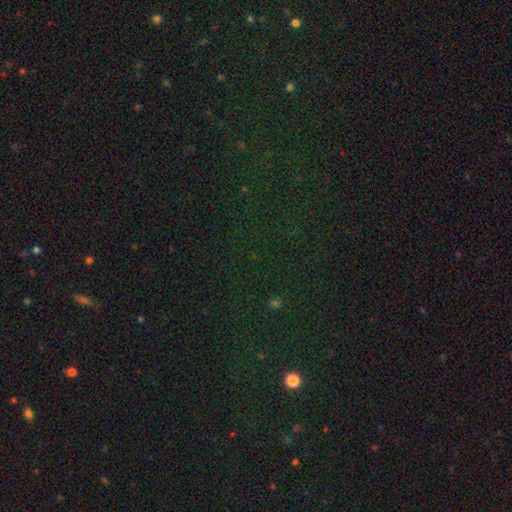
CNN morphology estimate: Q: Smooth or featured?
A: star or artifact (78%); runner-up: smooth (14%)